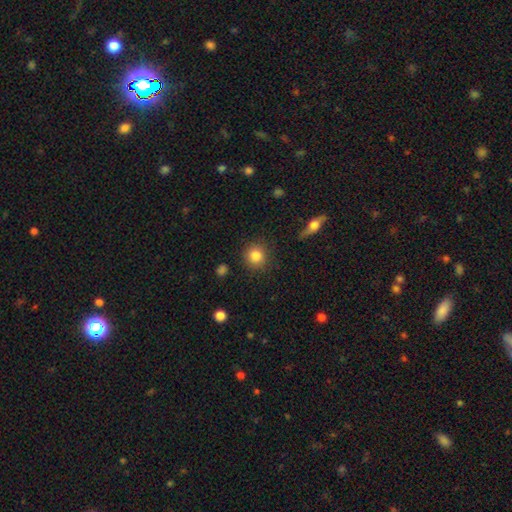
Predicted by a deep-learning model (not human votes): Smooth or featured?
  - smooth: 84% *
  - star or artifact: 9%
  - featured or disk: 7%
How rounded?
  - round: 92% *
  - in between: 7%
  - cigar-shaped: 1%
Merging?
  - none: 88% *
  - minor disturbance: 8%
  - major disturbance: 3%
  - merger: 2%